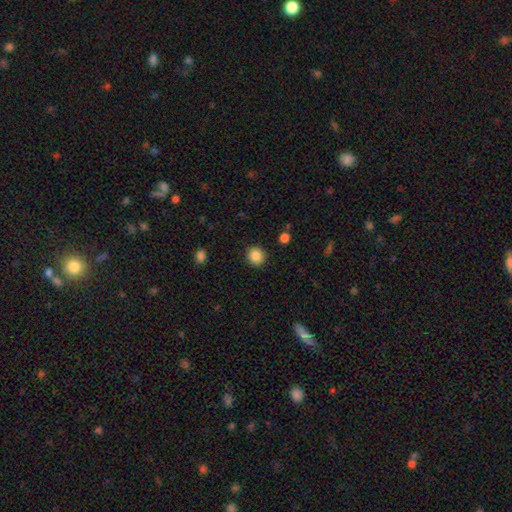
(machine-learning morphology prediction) smooth_or_featured: smooth (p=0.87) [alt: star or artifact p=0.09]
how_rounded: round (p=0.91) [alt: in between p=0.08]
merging: none (p=0.91) [alt: minor disturbance p=0.05]